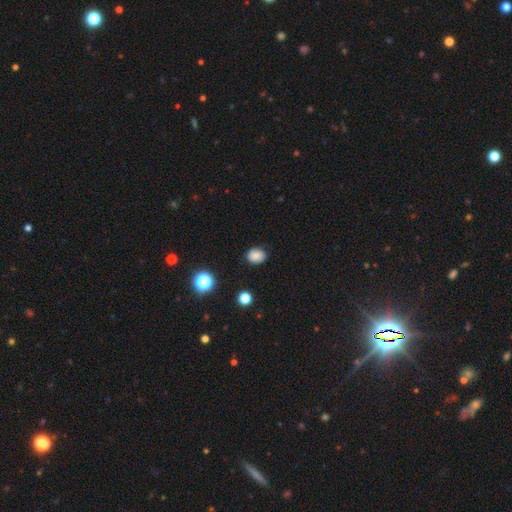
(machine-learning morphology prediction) type=smooth (79%); roundness=round (56%); merging=none (79%).